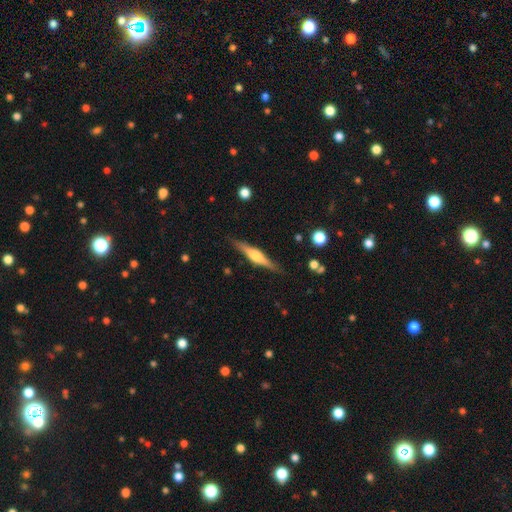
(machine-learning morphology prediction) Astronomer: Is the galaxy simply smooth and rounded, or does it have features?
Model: featured or disk — 69%.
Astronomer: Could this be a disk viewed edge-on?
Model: yes — 97%.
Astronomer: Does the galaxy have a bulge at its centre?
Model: rounded — 84%.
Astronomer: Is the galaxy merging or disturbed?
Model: none — 87%.